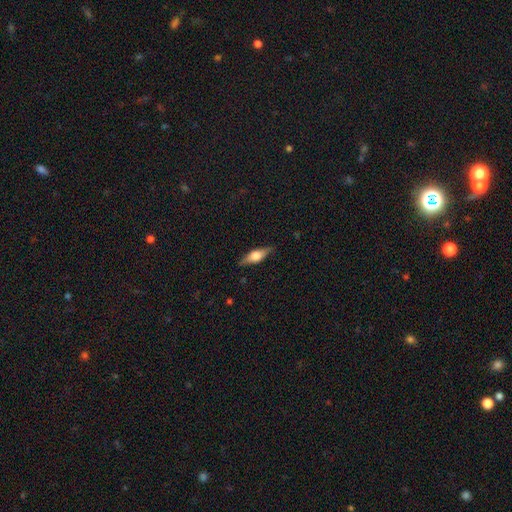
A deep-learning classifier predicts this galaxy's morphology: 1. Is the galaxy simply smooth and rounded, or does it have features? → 54% featured or disk, 40% smooth, 6% star or artifact.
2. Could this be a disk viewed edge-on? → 93% yes, 7% no.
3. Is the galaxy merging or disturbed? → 85% none, 12% minor disturbance, 3% major disturbance, 1% merger.